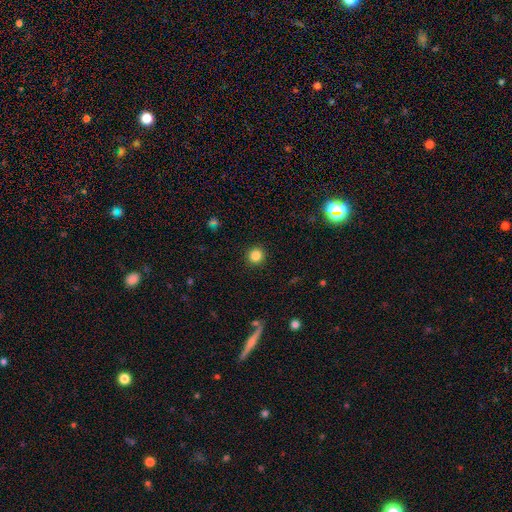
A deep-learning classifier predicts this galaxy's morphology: smooth 84%, star or artifact 12%, featured or disk 5%. Down the decision tree: how rounded — round (94%); merging — none (92%).